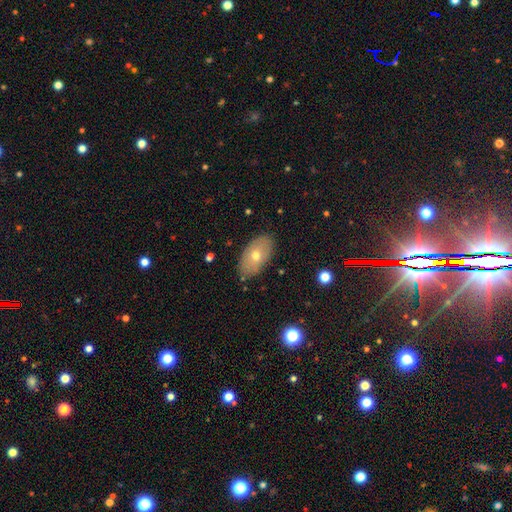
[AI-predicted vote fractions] Smooth or featured?
  - smooth: 62% *
  - featured or disk: 31%
  - star or artifact: 8%
How rounded?
  - in between: 92% *
  - round: 6%
  - cigar-shaped: 2%
Merging?
  - none: 84% *
  - minor disturbance: 12%
  - major disturbance: 3%
  - merger: 1%